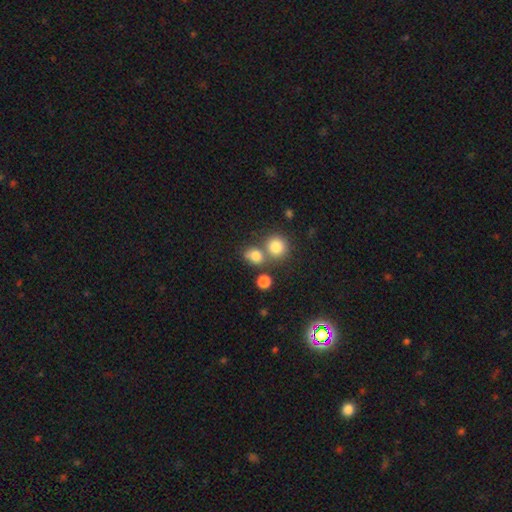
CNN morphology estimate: smooth 79%, star or artifact 13%, featured or disk 8%. Down the decision tree: how rounded — round (67%); merging — none (52%).